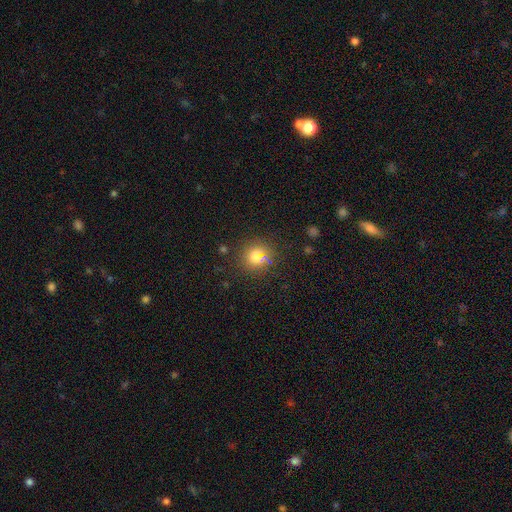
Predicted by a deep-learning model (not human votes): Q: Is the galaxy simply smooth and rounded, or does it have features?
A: smooth — 72%.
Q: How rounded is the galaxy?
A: round — 88%.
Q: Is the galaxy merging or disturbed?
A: none — 84%.